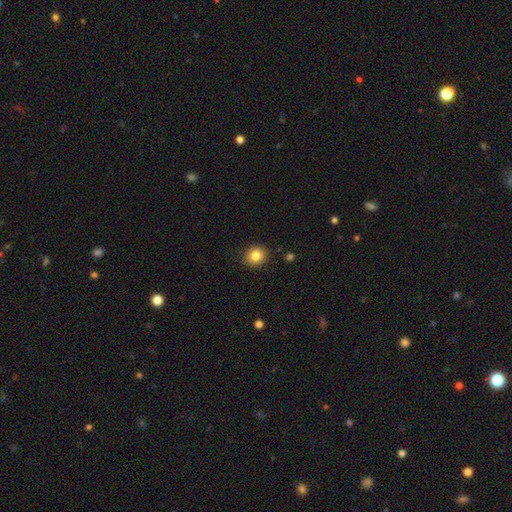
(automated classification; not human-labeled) smooth 84%, star or artifact 10%, featured or disk 6%. Down the decision tree: how rounded — round (75%); merging — none (90%).